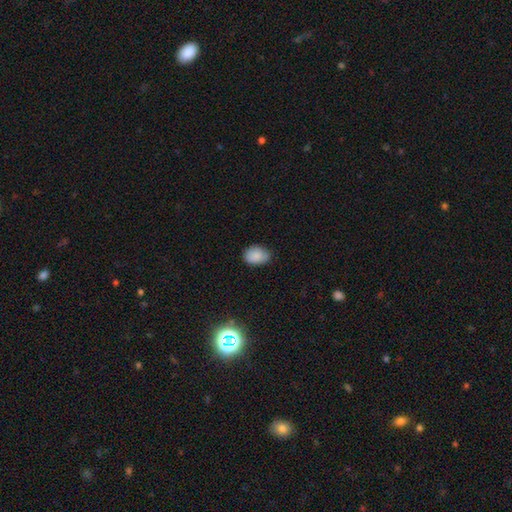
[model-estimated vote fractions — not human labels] This is clearly a smooth galaxy (85%). How rounded: likely in between (70%). Merging: likely none (68%).